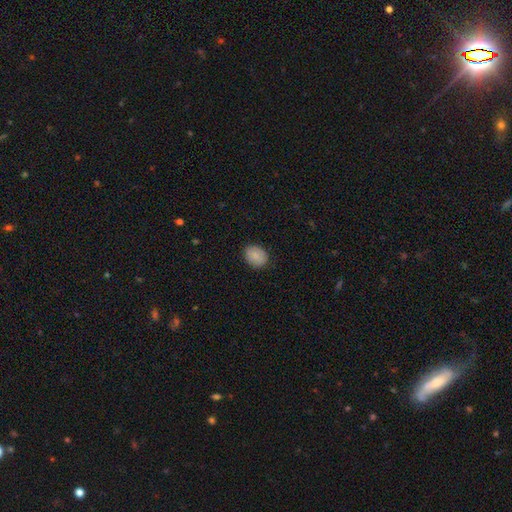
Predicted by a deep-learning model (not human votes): Morphology: type=smooth (87%); roundness=in between (59%); merging=none (87%).